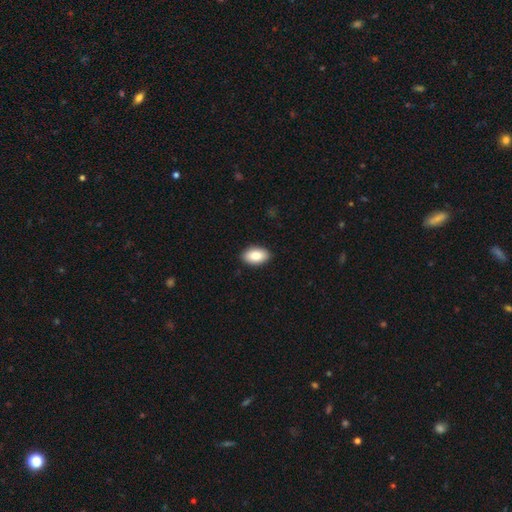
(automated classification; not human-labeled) smooth 88%, star or artifact 6%, featured or disk 6%. Down the decision tree: how rounded — in between (94%); merging — none (90%).